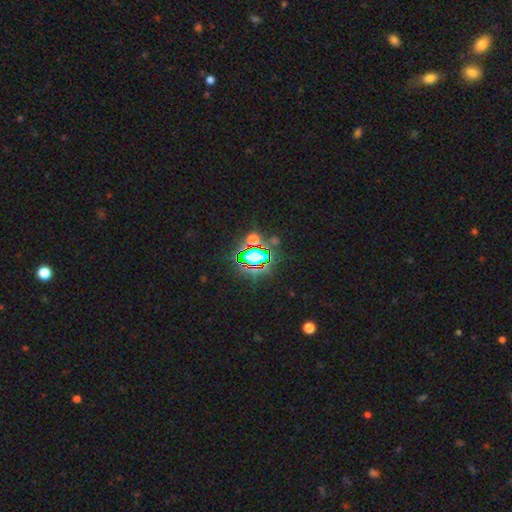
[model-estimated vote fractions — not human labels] Morphology: type=star or artifact (69%).